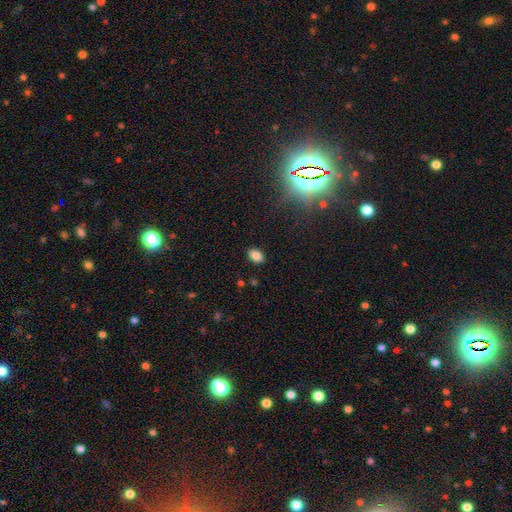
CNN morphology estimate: smooth_or_featured: smooth (p=0.83) [alt: star or artifact p=0.11]
how_rounded: in between (p=0.81) [alt: round p=0.18]
merging: none (p=0.87) [alt: minor disturbance p=0.09]